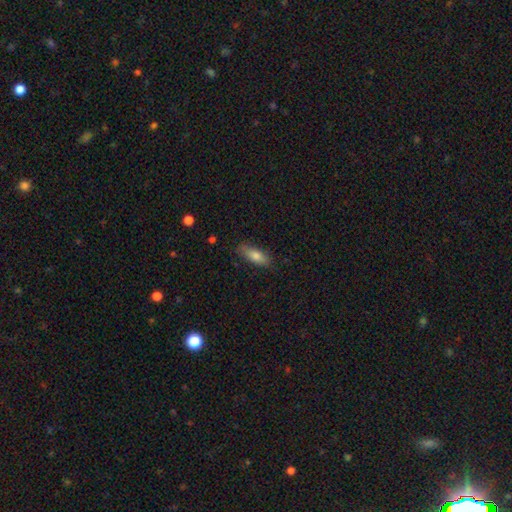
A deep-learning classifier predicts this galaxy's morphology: smooth 78%, featured or disk 15%, star or artifact 7%. Down the decision tree: how rounded — in between (64%); merging — none (81%).